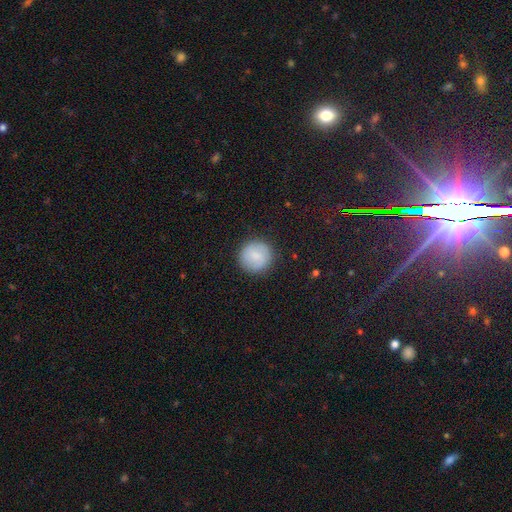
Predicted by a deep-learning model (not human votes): Q: Smooth or featured?
A: smooth (82%); runner-up: featured or disk (11%)
Q: How rounded?
A: round (95%); runner-up: in between (4%)
Q: Merging?
A: none (89%); runner-up: minor disturbance (8%)